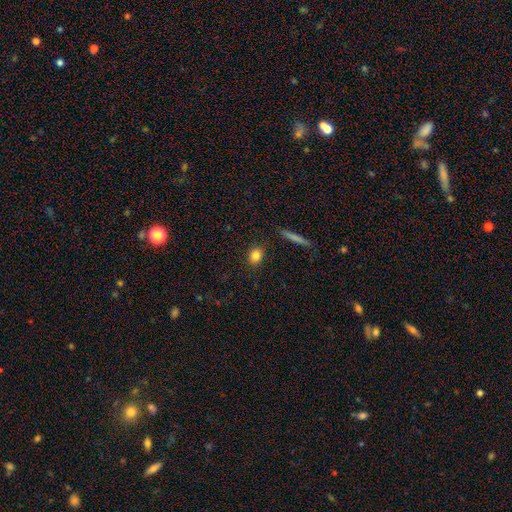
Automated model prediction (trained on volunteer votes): This is clearly a smooth galaxy (83%). How rounded: possibly round (55%). Merging: clearly none (89%).